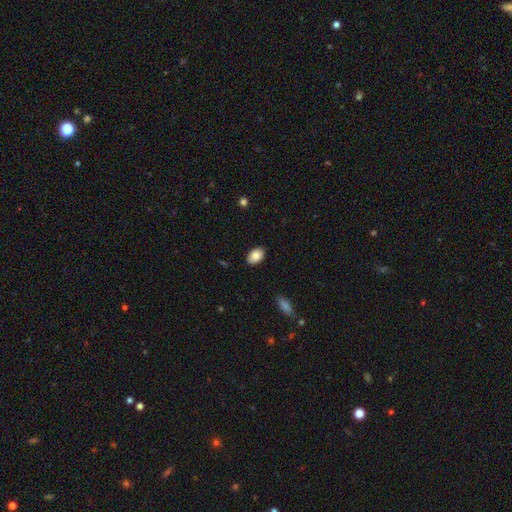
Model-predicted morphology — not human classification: The model was most divided on "smooth or featured": smooth: 86%, featured or disk: 7%, star or artifact: 7%. More confident: how rounded — in between (90%); merging — none (88%).